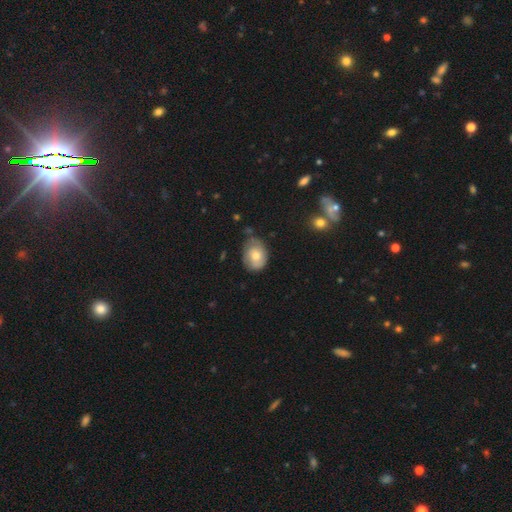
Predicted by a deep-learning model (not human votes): Smooth or featured: smooth — 64% (featured or disk — 28%)
How rounded: in between — 59% (round — 40%)
Merging: none — 58% (minor disturbance — 32%)